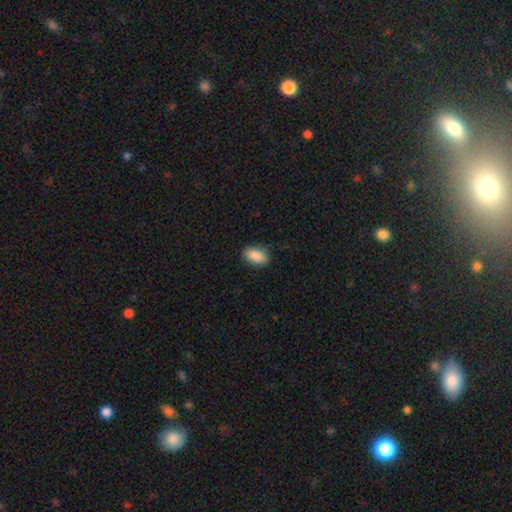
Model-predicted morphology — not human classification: Smooth or featured?
  - smooth: 90% *
  - star or artifact: 7%
  - featured or disk: 3%
How rounded?
  - in between: 92% *
  - round: 5%
  - cigar-shaped: 3%
Merging?
  - none: 87% *
  - minor disturbance: 10%
  - major disturbance: 2%
  - merger: 1%